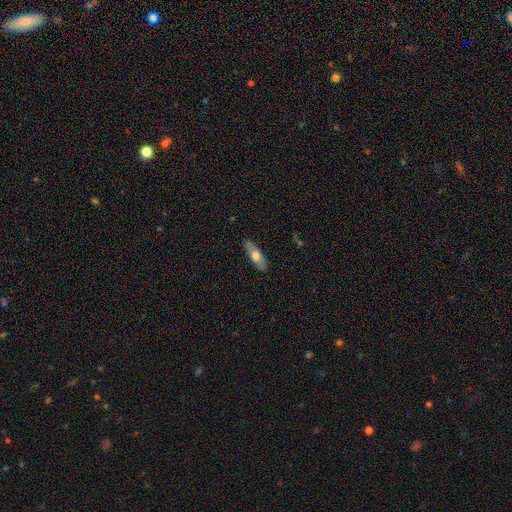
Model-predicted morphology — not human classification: Smooth or featured? Predicted: smooth (p=0.59). How rounded? Predicted: in between (p=0.58). Merging? Predicted: none (p=0.87).